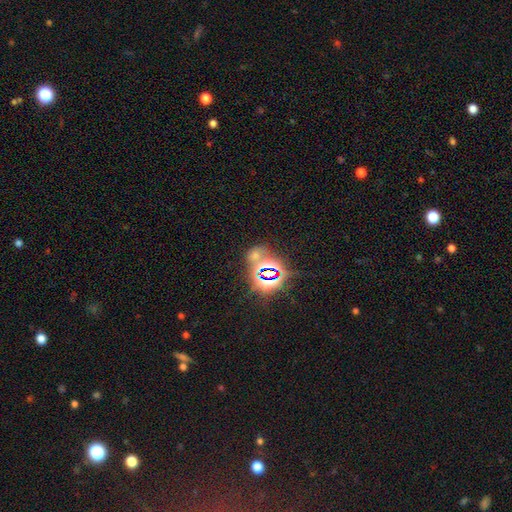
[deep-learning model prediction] Smooth or featured: star or artifact — 71% (smooth — 20%)